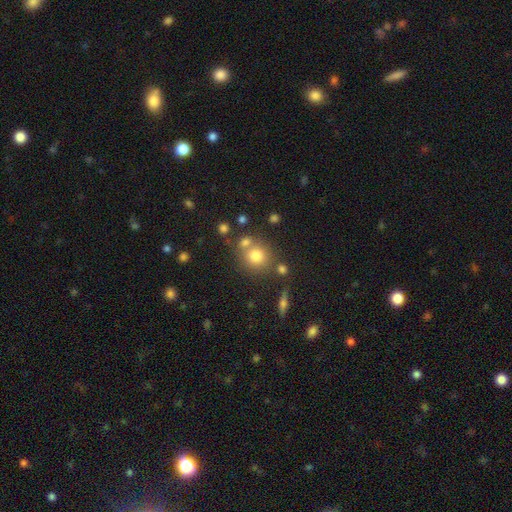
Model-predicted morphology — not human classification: This appears to be a smooth galaxy with no disk features (75%) that is round (86%). Merging: none (63%).